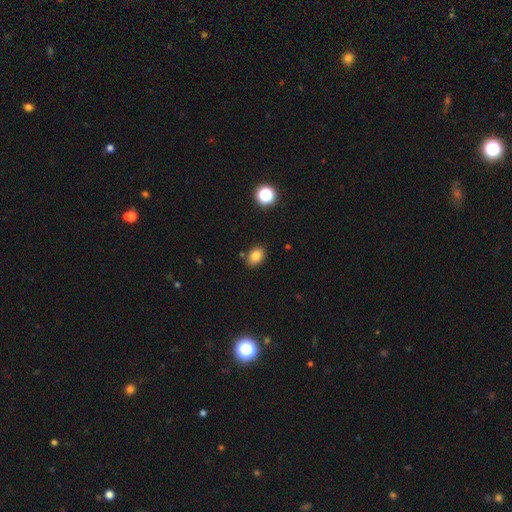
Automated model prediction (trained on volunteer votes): The model was most divided on "how rounded": in between: 75%, round: 24%, cigar-shaped: 1%. More confident: smooth or featured — smooth (83%); merging — none (82%).